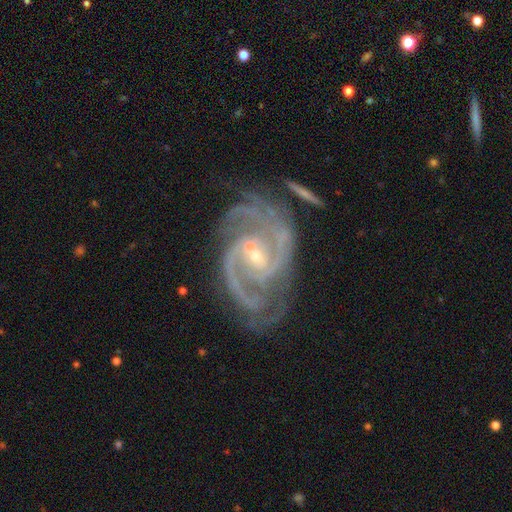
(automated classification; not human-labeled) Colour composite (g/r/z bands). It shows a featured or disk galaxy (92%) with a weak bar (51%), 2 (66%) medium (50%) spiral arms (98%) and a small central bulge (73%). Merging: none (66%).